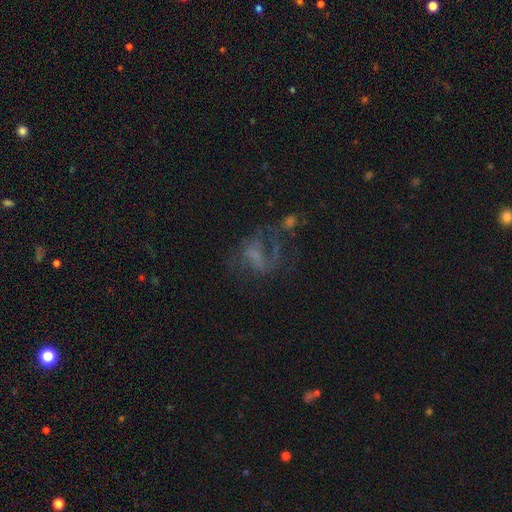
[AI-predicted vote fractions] smooth-or-featured: featured or disk: 58% | smooth: 22% | star or artifact: 19%
  disk-edge-on: no: 97% | yes: 3%
    bar: no: 56% | weak: 33% | strong: 12%
    has-spiral-arms: yes: 56% | no: 44%
    bulge-size: none: 60% | small: 24% | moderate: 12% | large: 3% | dominant: 1%
  merging: major disturbance: 45% | none: 32% | minor disturbance: 16% | merger: 7%